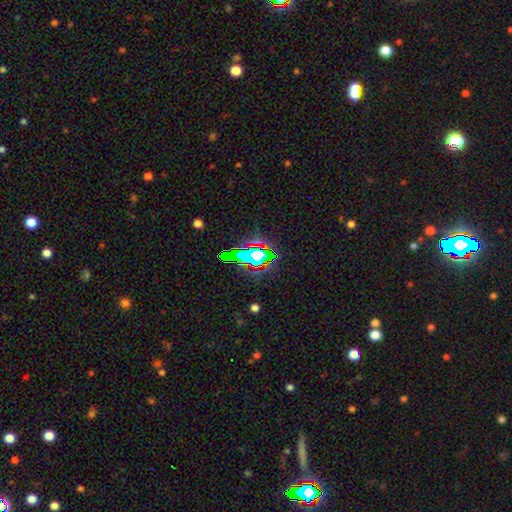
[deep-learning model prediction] Morphology: type=star or artifact (60%).